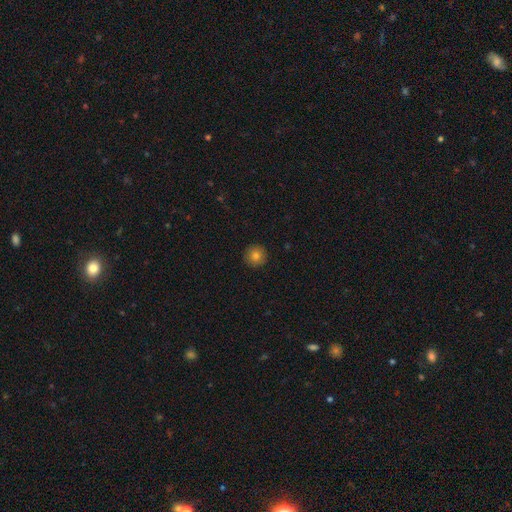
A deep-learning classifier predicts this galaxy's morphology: Overall: smooth (81%). How rounded: round (96%). Merging: none (92%).